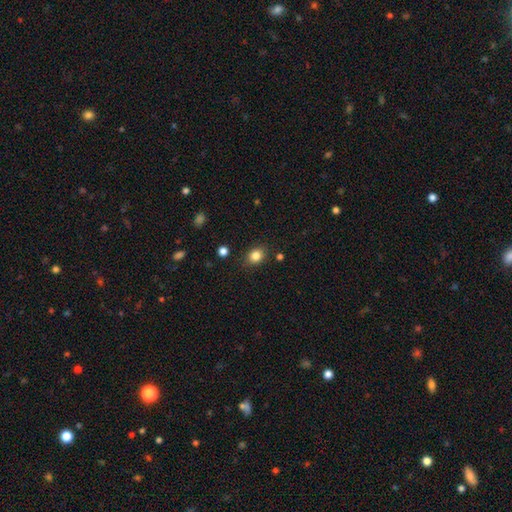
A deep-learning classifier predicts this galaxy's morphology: A smooth galaxy with no disk features (83%) that is round (51%).

Vote fractions:
- Smooth or featured? smooth: 83% / star or artifact: 11% / featured or disk: 6%
- How rounded? round: 51% / in between: 48% / cigar-shaped: 1%
- Merging? none: 83% / minor disturbance: 12% / major disturbance: 3% / merger: 2%